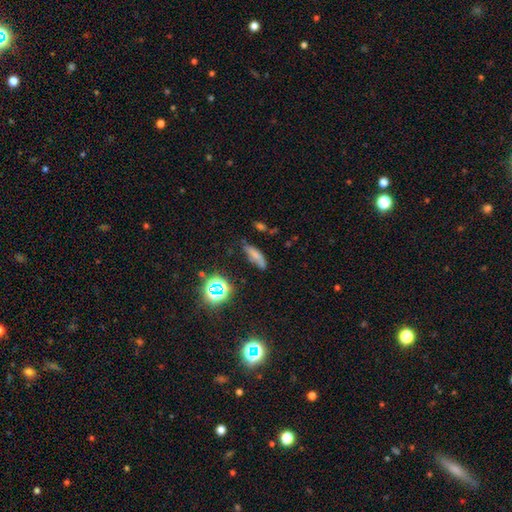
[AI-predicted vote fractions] Q: Smooth or featured?
A: smooth (65%); runner-up: star or artifact (18%)
Q: How rounded?
A: cigar-shaped (55%); runner-up: in between (40%)
Q: Merging?
A: none (57%); runner-up: minor disturbance (27%)